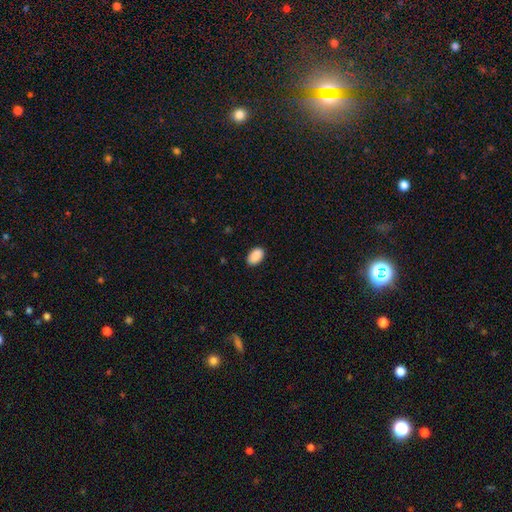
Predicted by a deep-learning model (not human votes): Smooth or featured? Predicted: smooth (p=0.91). How rounded? Predicted: in between (p=0.92). Merging? Predicted: none (p=0.88).